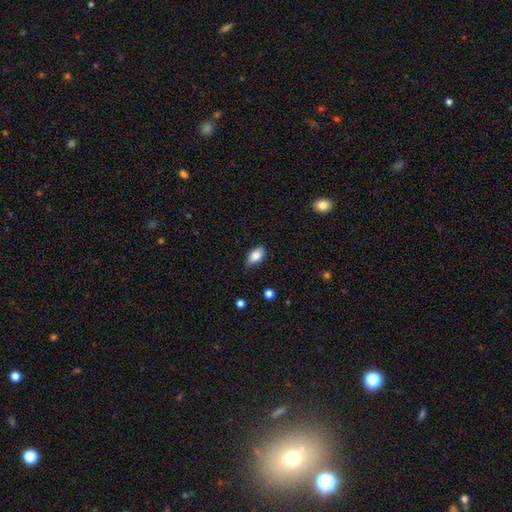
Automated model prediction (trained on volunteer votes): A smooth galaxy with no disk features (83%) that is in between round and cigar-shaped (91%).

Vote fractions:
- Smooth or featured? smooth: 83% / featured or disk: 9% / star or artifact: 7%
- How rounded? in between: 91% / round: 6% / cigar-shaped: 3%
- Merging? none: 78% / minor disturbance: 18% / major disturbance: 3% / merger: 1%